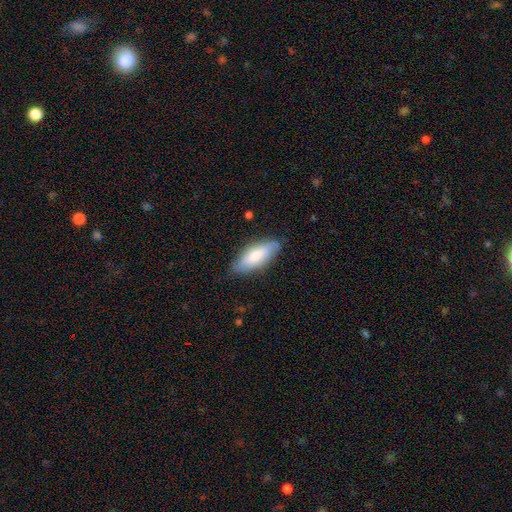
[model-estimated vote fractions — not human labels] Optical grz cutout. It shows a smooth galaxy with no disk features (75%) that is in between round and cigar-shaped (73%). Merging: none (79%).